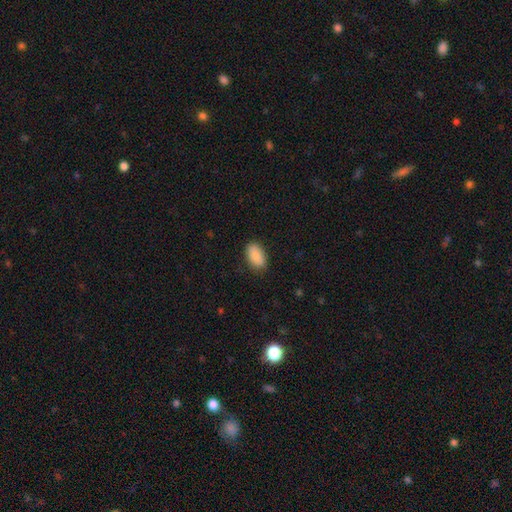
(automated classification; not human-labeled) This appears to be a smooth galaxy with no disk features (87%) that is in between round and cigar-shaped (92%). Merging: none (84%).